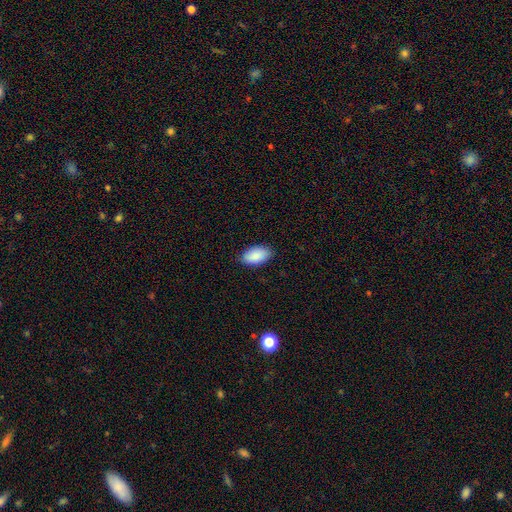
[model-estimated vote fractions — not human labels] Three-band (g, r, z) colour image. It shows a smooth galaxy with no disk features (89%) that is in between round and cigar-shaped (95%). Merging: none (85%).